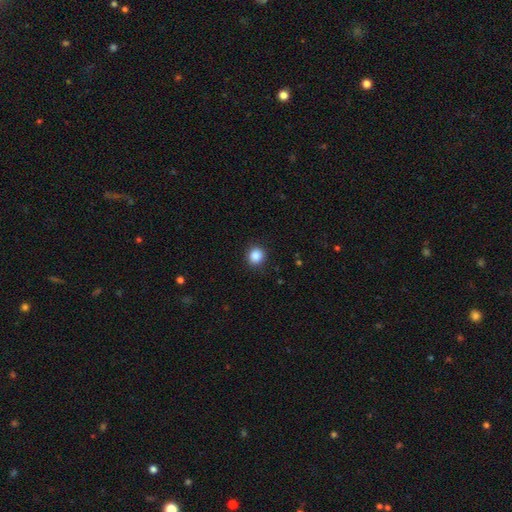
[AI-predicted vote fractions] This appears to be a smooth galaxy with no disk features (87%) that is round (87%). Merging: none (90%).